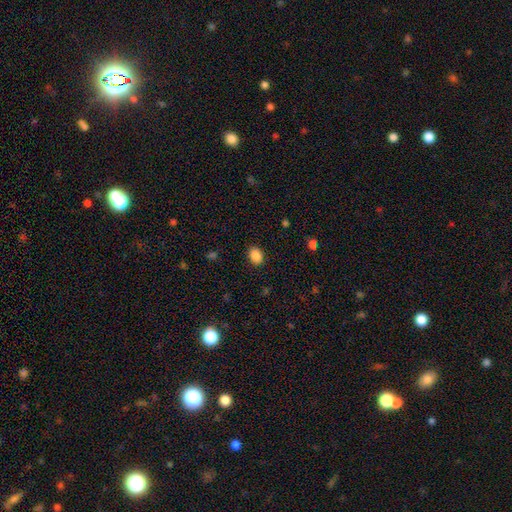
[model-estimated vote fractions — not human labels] Smooth or featured: smooth — 88% (star or artifact — 9%)
How rounded: in between — 67% (round — 32%)
Merging: none — 89% (minor disturbance — 8%)